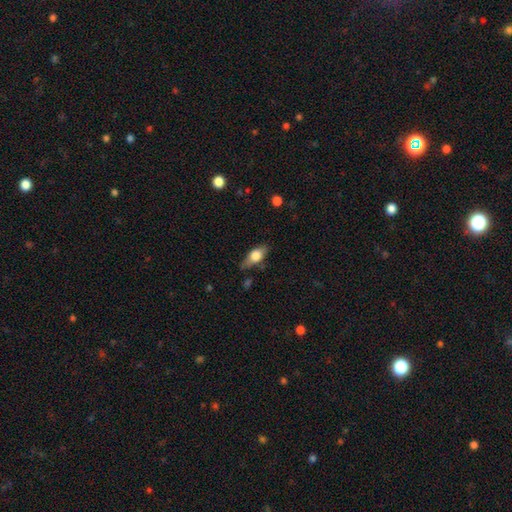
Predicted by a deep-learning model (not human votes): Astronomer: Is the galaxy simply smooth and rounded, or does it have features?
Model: smooth — 61%.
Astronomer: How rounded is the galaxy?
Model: in between — 77%.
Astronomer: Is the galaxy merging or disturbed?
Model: none — 70%.